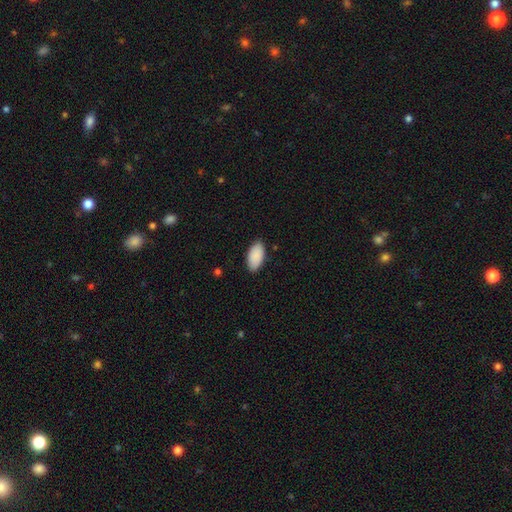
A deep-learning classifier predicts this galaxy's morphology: type=smooth (90%); roundness=in between (96%); merging=none (86%).